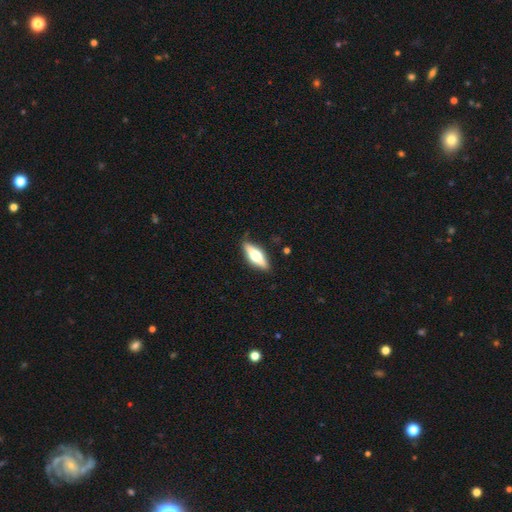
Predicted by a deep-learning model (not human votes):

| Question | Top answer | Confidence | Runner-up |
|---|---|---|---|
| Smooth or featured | featured or disk | 53% | smooth (41%) |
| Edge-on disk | yes | 92% | no (8%) |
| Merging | none | 86% | minor disturbance (11%) |